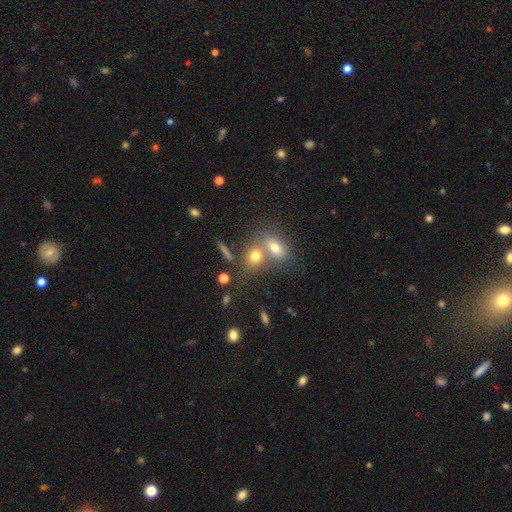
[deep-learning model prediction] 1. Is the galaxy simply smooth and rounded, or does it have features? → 69% smooth, 17% featured or disk, 14% star or artifact.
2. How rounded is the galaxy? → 55% in between, 40% round, 5% cigar-shaped.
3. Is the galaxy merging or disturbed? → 49% merger, 39% none, 8% minor disturbance, 4% major disturbance.